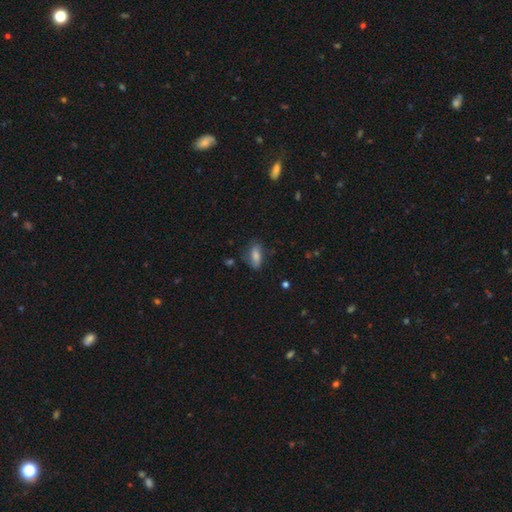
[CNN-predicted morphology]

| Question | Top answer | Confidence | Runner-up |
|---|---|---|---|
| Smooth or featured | smooth | 69% | featured or disk (22%) |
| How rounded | in between | 83% | cigar-shaped (12%) |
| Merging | none | 61% | minor disturbance (26%) |